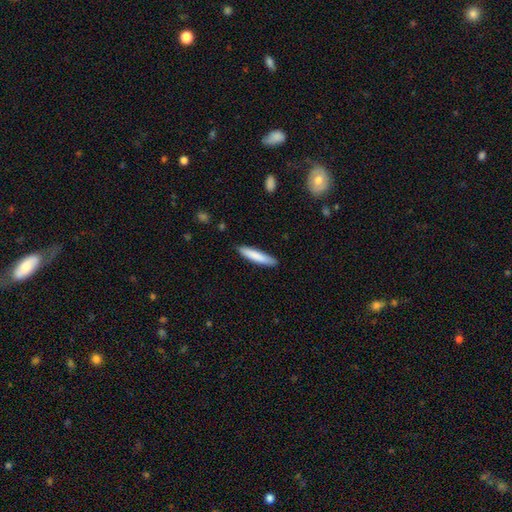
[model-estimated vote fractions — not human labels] smooth 83%, featured or disk 11%, star or artifact 5%. Down the decision tree: how rounded — cigar-shaped (88%); merging — none (88%).